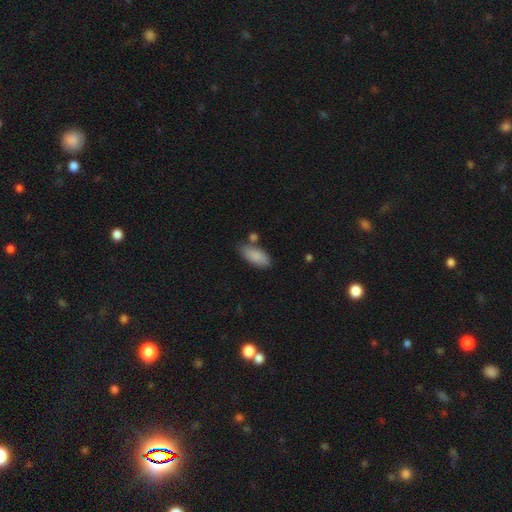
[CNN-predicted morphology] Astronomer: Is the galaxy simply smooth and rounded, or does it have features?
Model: smooth — 87%.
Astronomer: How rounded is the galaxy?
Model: in between — 86%.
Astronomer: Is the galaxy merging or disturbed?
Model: none — 69%.